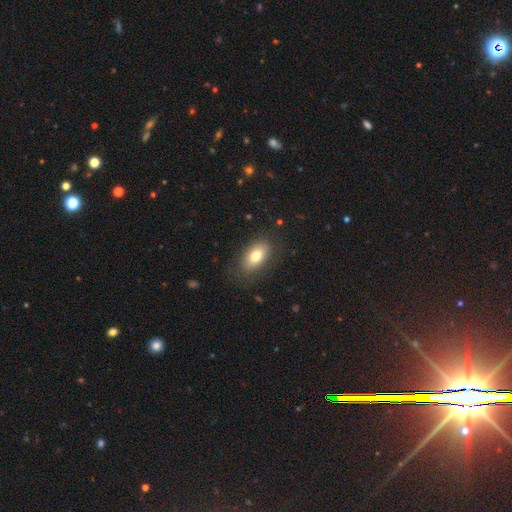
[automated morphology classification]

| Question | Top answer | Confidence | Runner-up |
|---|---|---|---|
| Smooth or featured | smooth | 77% | featured or disk (15%) |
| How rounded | in between | 90% | round (7%) |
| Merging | none | 81% | minor disturbance (13%) |